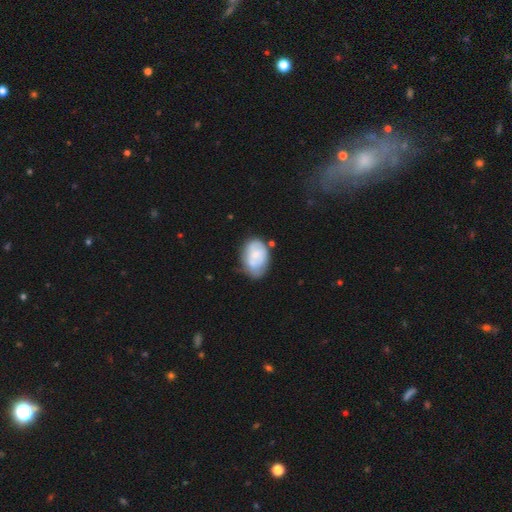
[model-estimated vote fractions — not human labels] Morphology: type=smooth (54%); roundness=in between (82%); merging=none (50%).